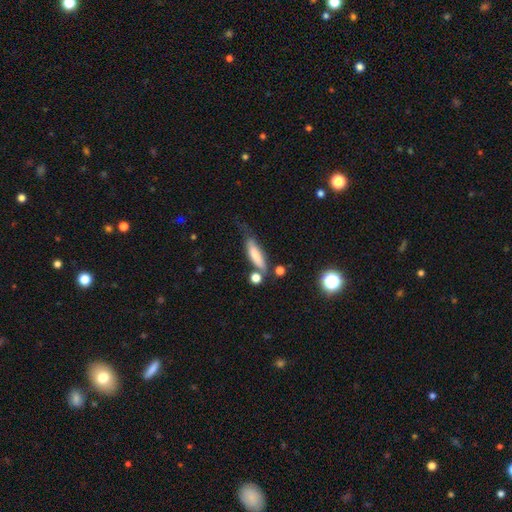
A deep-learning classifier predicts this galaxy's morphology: Smooth or featured: smooth — 70% (featured or disk — 22%)
How rounded: cigar-shaped — 61% (in between — 36%)
Merging: none — 49% (minor disturbance — 25%)